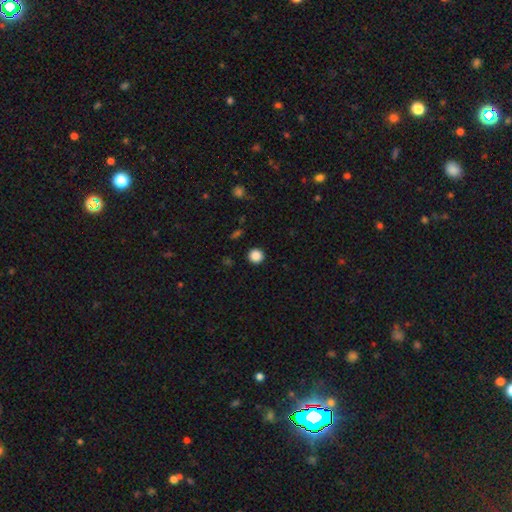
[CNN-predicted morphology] This appears to be a smooth galaxy with no disk features (87%) that is round (95%). Merging: none (93%).